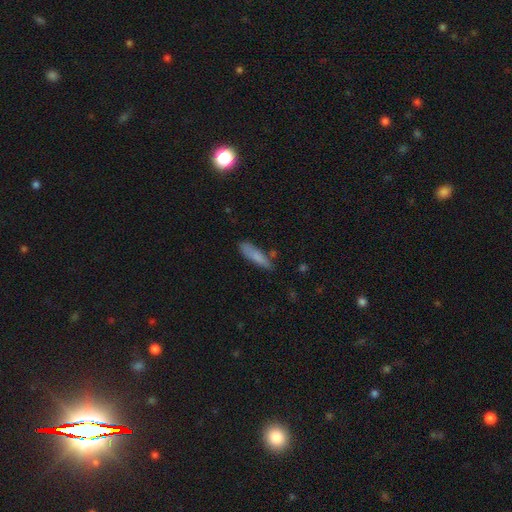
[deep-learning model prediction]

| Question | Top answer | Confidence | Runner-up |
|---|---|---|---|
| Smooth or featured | smooth | 80% | featured or disk (13%) |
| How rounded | cigar-shaped | 74% | in between (24%) |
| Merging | none | 70% | minor disturbance (21%) |